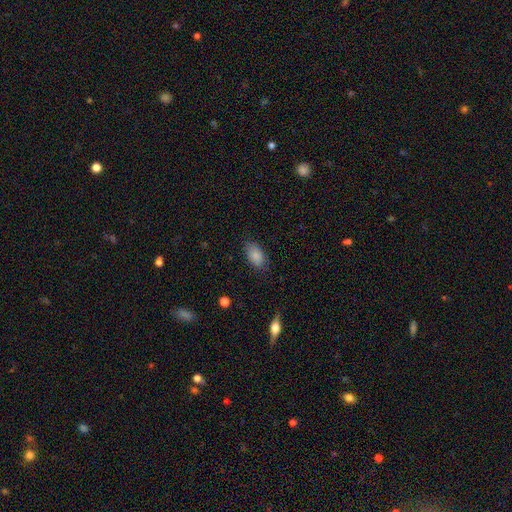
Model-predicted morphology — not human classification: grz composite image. It shows a smooth galaxy with no disk features (86%) that is in between round and cigar-shaped (93%). Merging: none (80%).